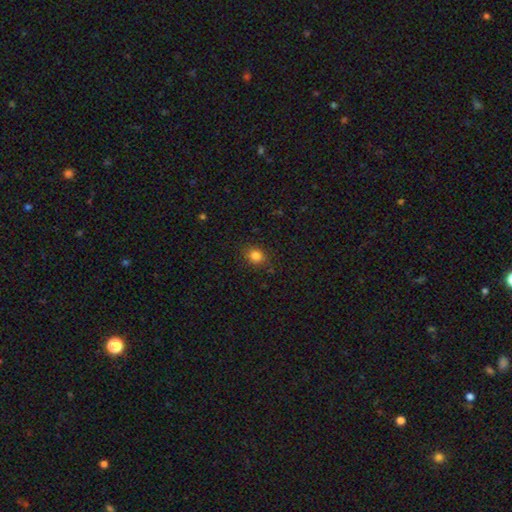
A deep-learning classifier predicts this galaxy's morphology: type=smooth (83%); roundness=round (63%); merging=none (84%).